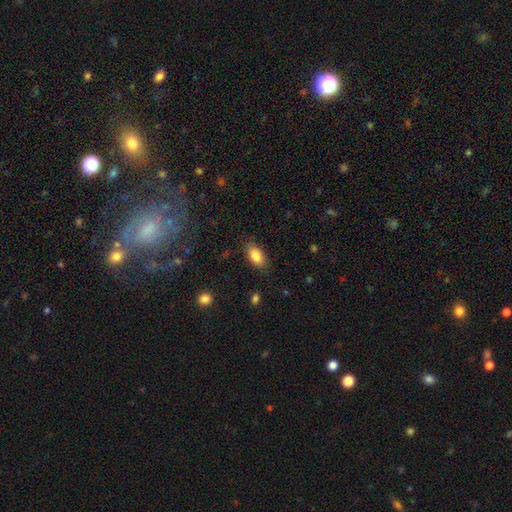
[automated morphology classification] This is clearly a smooth galaxy (86%). How rounded: clearly in between (92%). Merging: clearly none (83%).